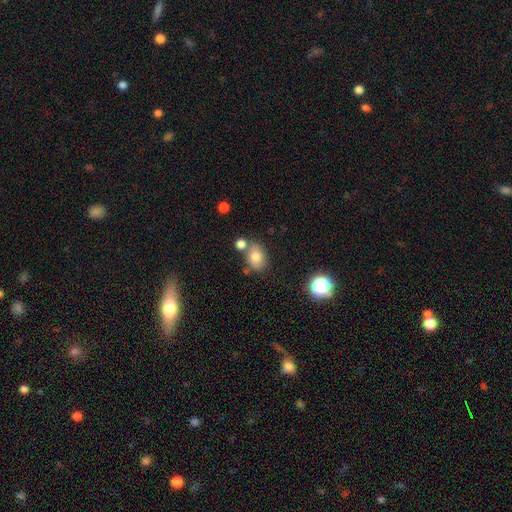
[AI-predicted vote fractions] Q: Smooth or featured?
A: smooth (75%); runner-up: featured or disk (13%)
Q: How rounded?
A: in between (66%); runner-up: round (33%)
Q: Merging?
A: none (61%); runner-up: merger (19%)